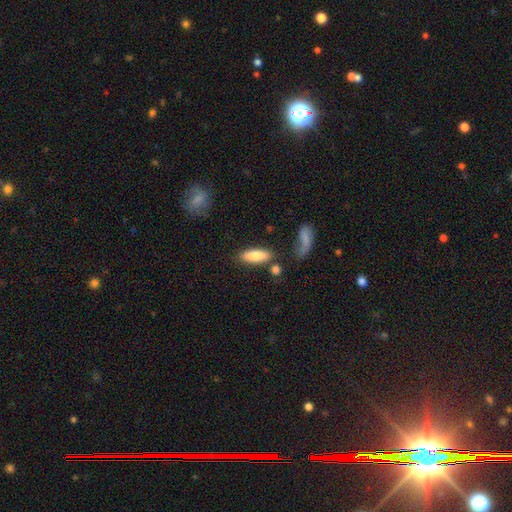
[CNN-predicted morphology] A smooth galaxy with no disk features (81%) that is in between round and cigar-shaped (59%).

Vote fractions:
- Smooth or featured? smooth: 81% / featured or disk: 12% / star or artifact: 6%
- How rounded? in between: 59% / cigar-shaped: 39% / round: 2%
- Merging? none: 72% / minor disturbance: 14% / merger: 9% / major disturbance: 5%